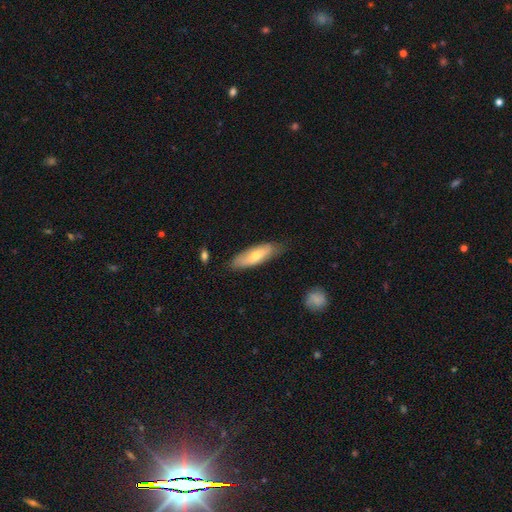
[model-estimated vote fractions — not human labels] A smooth galaxy with no disk features (57%) that is in between round and cigar-shaped (56%).

Vote fractions:
- Smooth or featured? smooth: 57% / featured or disk: 38% / star or artifact: 6%
- How rounded? in between: 56% / cigar-shaped: 42% / round: 2%
- Merging? none: 74% / minor disturbance: 21% / major disturbance: 4% / merger: 2%